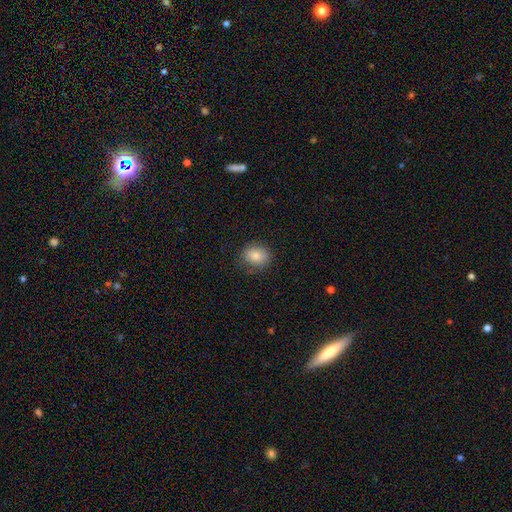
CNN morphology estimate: type=smooth (82%); roundness=round (60%); merging=none (82%).